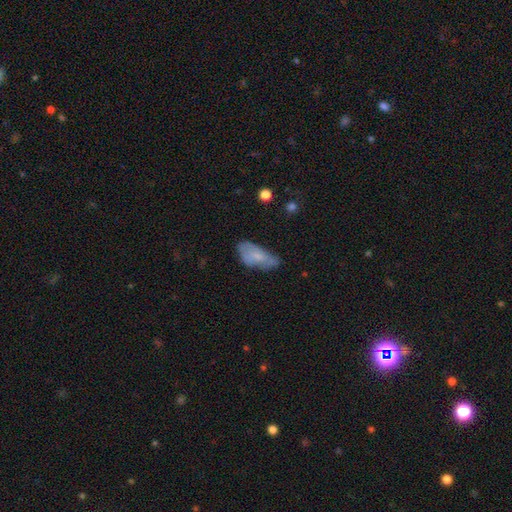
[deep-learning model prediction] A smooth galaxy with no disk features (65%) that is in between round and cigar-shaped (88%). Merging: none (40%).